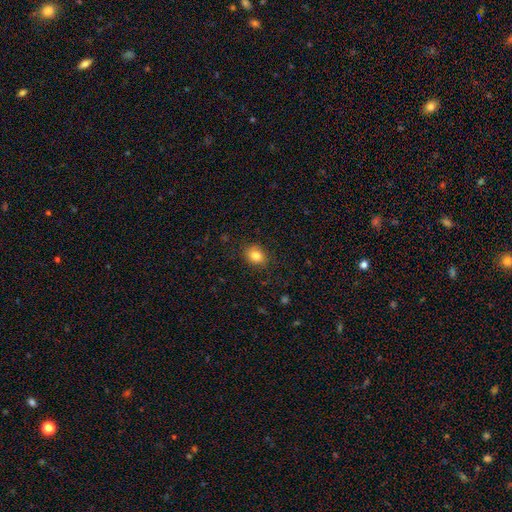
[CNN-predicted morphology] smooth 84%, star or artifact 10%, featured or disk 6%. Down the decision tree: how rounded — round (52%); merging — none (85%).